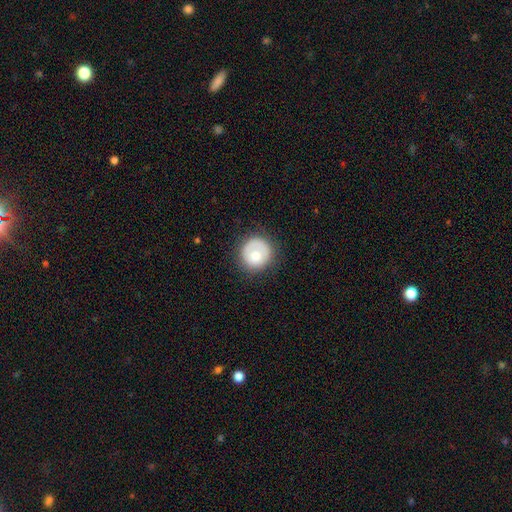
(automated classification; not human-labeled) A smooth galaxy with no disk features (68%) that is round (92%). Merging: none (75%).